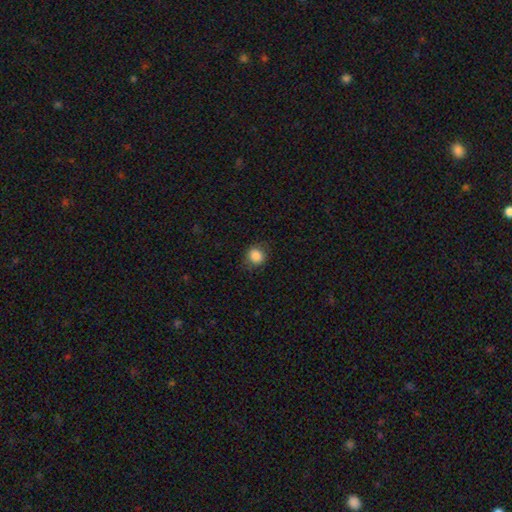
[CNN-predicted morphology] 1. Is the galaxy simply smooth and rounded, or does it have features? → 86% smooth, 10% star or artifact, 4% featured or disk.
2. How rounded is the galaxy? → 83% round, 16% in between, 1% cigar-shaped.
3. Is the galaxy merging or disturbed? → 83% none, 13% minor disturbance, 4% major disturbance, 1% merger.